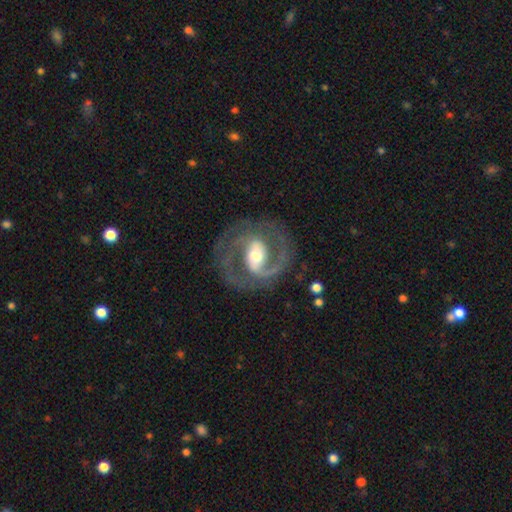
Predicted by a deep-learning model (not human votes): Smooth or featured: featured or disk — 89% (smooth — 7%)
Edge-on disk: no — 97% (yes — 3%)
Bar: strong — 43% (weak — 38%)
Spiral arms: yes — 95% (no — 5%)
Spiral winding: medium — 54% (tight — 30%)
Spiral arm count: 2 — 85% (can't tell — 4%)
Bulge size: moderate — 62% (small — 20%)
Merging: none — 77% (minor disturbance — 12%)